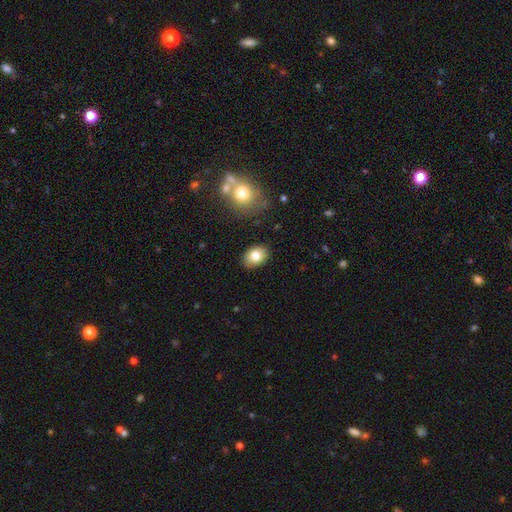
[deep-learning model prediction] Smooth or featured?
  - smooth: 79% *
  - featured or disk: 12%
  - star or artifact: 8%
How rounded?
  - in between: 79% *
  - round: 19%
  - cigar-shaped: 1%
Merging?
  - none: 86% *
  - minor disturbance: 10%
  - major disturbance: 2%
  - merger: 2%